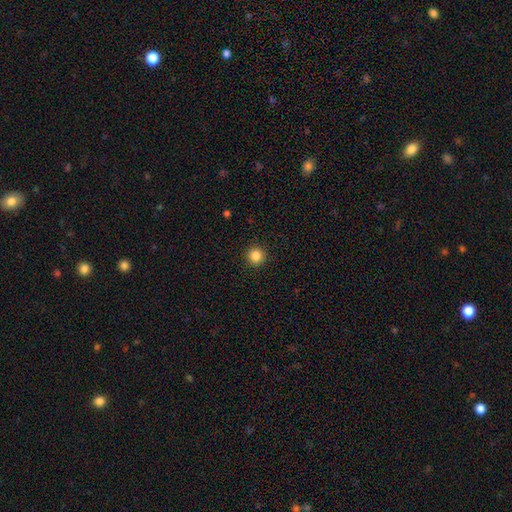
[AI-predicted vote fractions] Q: Smooth or featured?
A: smooth (85%); runner-up: star or artifact (11%)
Q: How rounded?
A: round (95%); runner-up: in between (4%)
Q: Merging?
A: none (93%); runner-up: minor disturbance (5%)